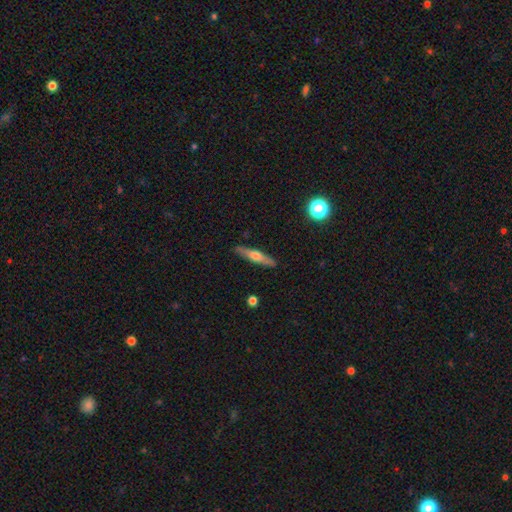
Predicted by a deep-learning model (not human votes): A featured or disk galaxy (51%) viewed edge-on (91%). Merging: none (89%).